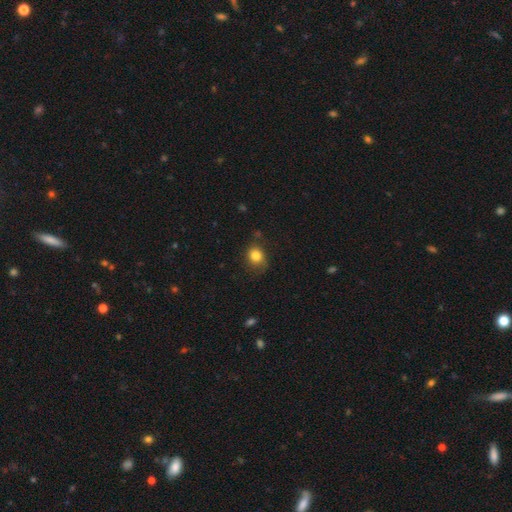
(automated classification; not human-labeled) Smooth or featured?
  - smooth: 82% *
  - star or artifact: 11%
  - featured or disk: 7%
How rounded?
  - round: 67% *
  - in between: 32%
  - cigar-shaped: 1%
Merging?
  - none: 68% *
  - minor disturbance: 23%
  - major disturbance: 7%
  - merger: 2%